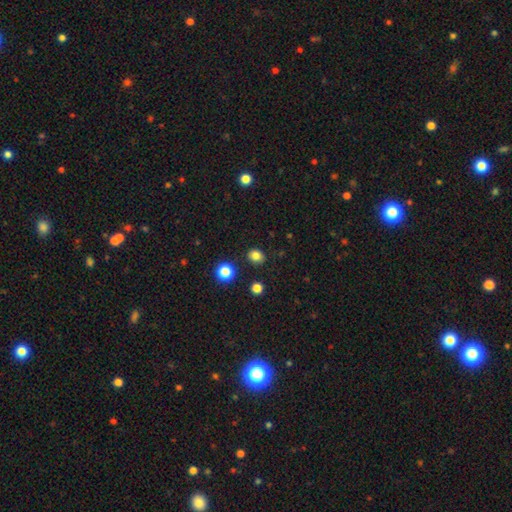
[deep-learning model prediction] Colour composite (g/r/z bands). It shows a smooth galaxy with no disk features (81%) that is round (68%). Merging: none (87%).